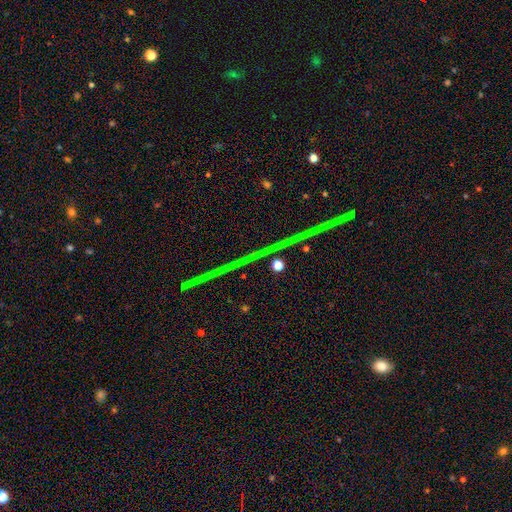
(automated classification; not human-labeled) star or artifact 81%, featured or disk 12%, smooth 7%.